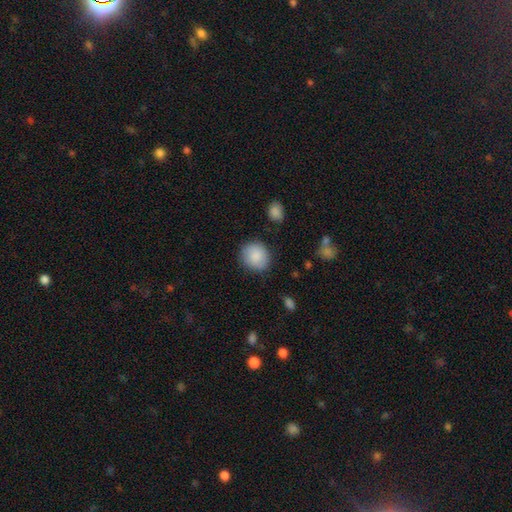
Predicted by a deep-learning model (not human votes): A smooth galaxy with no disk features (88%) that is round (81%). Merging: none (86%).